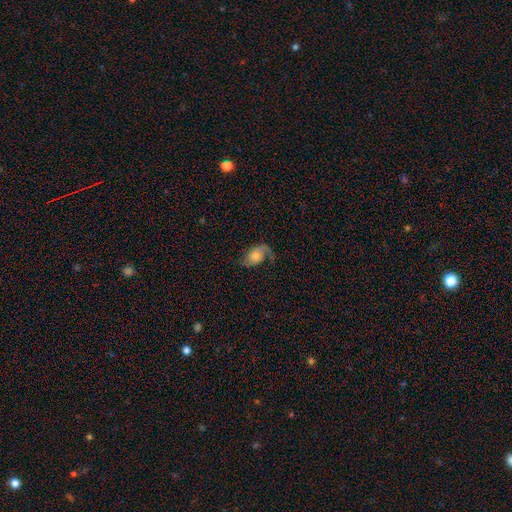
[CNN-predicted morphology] A featured or disk galaxy (68%) with no bar (73%), 2 (71%) loose (57%) spiral arms (93%) and a moderate central bulge (33%). Merging: none (58%).